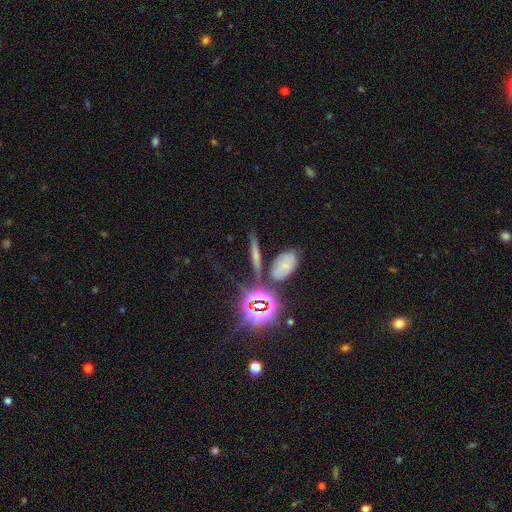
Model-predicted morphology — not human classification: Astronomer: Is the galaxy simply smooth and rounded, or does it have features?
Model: smooth — 49% (runner-up: star or artifact, 28%).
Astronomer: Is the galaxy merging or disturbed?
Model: none — 71%.